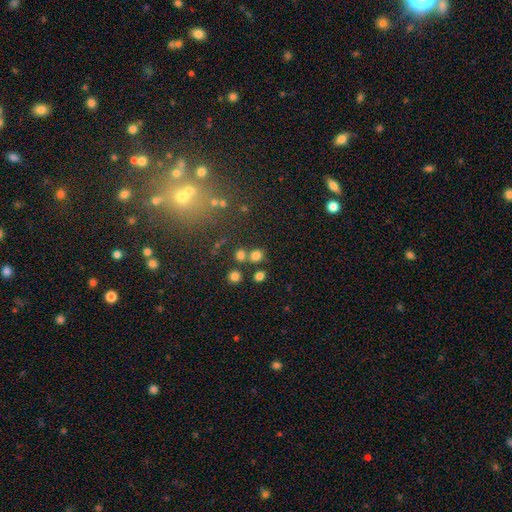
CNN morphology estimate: Overall: smooth (74%). How rounded: round (73%). Merging: none (65%).